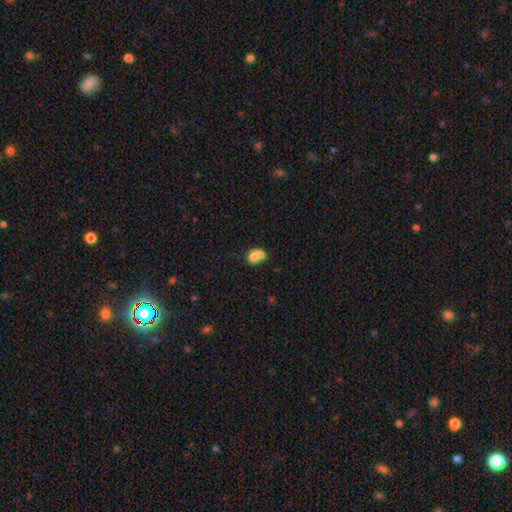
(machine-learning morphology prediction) smooth 72%, featured or disk 19%, star or artifact 10%. Down the decision tree: how rounded — round (54%); merging — merger (67%).